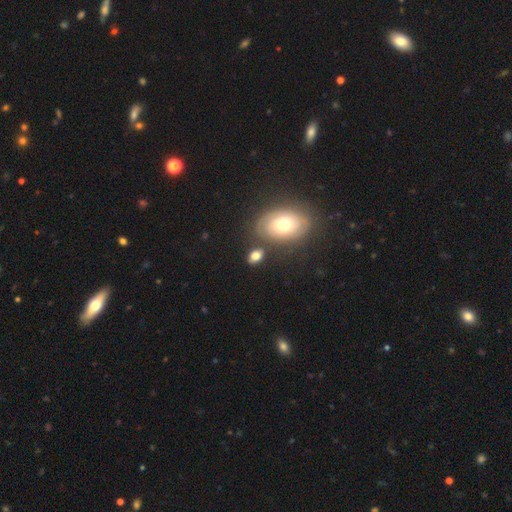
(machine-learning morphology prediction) Smooth or featured? smooth (72%)
How rounded? in between (79%)
Merging? none (68%)